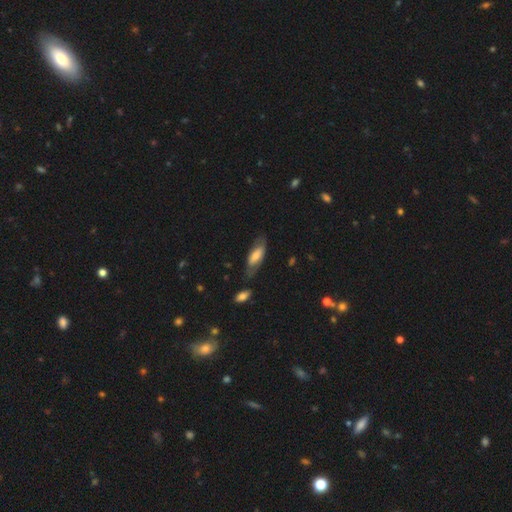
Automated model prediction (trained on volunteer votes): A smooth galaxy with no disk features (53%) that is in between round and cigar-shaped (71%). Merging: none (66%).